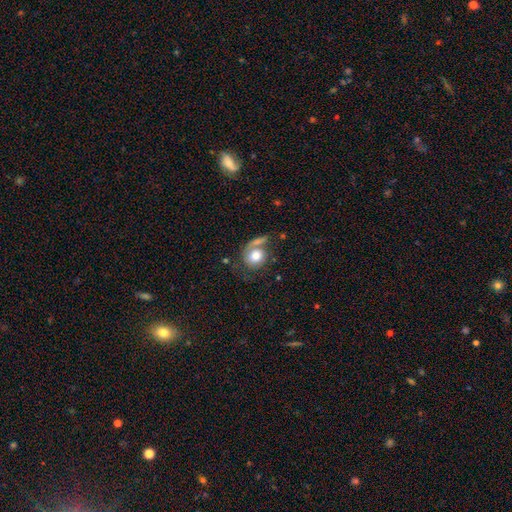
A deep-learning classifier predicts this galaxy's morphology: Smooth or featured? smooth (69%)
How rounded? round (74%)
Merging? none (43%)